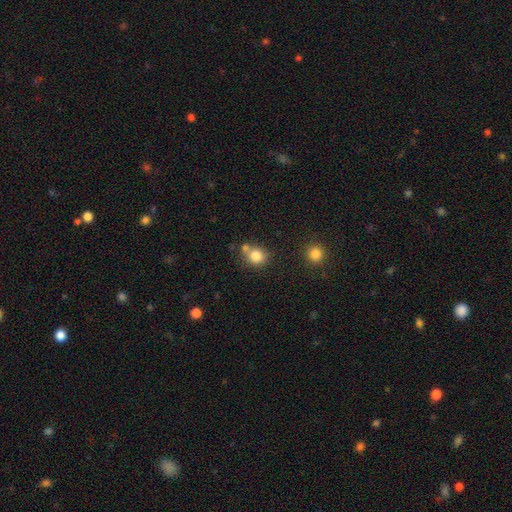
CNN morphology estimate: A smooth galaxy with no disk features (82%) that is round (83%).

Vote fractions:
- Smooth or featured? smooth: 82% / star or artifact: 10% / featured or disk: 7%
- How rounded? round: 83% / in between: 16% / cigar-shaped: 1%
- Merging? none: 59% / merger: 25% / minor disturbance: 12% / major disturbance: 4%